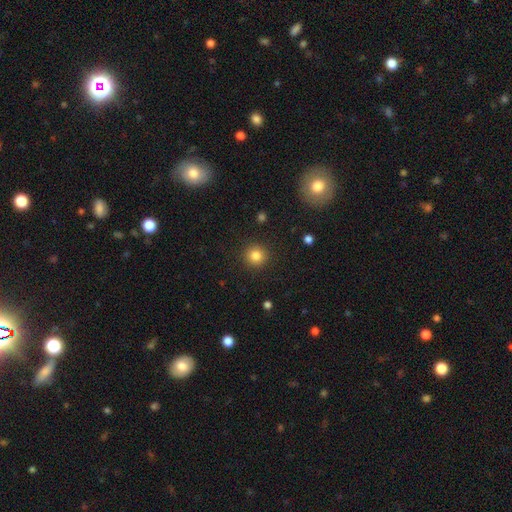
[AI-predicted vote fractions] The model was most divided on "smooth or featured": smooth: 83%, star or artifact: 11%, featured or disk: 5%. More confident: how rounded — round (93%); merging — none (91%).